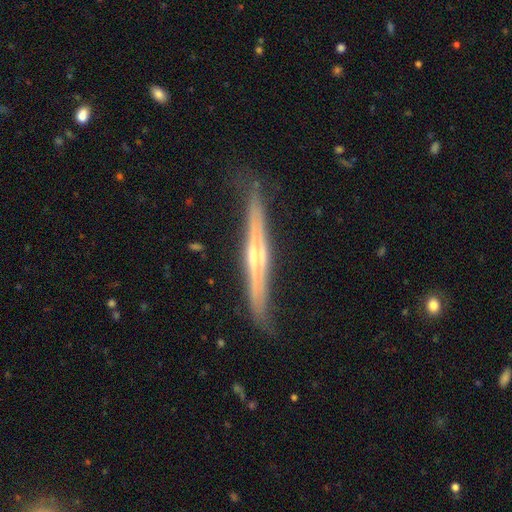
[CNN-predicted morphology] smooth-or-featured: featured or disk: 75% | smooth: 19% | star or artifact: 6%
  disk-edge-on: yes: 95% | no: 5%
    edge-on-bulge: rounded: 65% | none: 26% | boxy: 9%
  merging: none: 78% | minor disturbance: 17% | major disturbance: 3% | merger: 2%